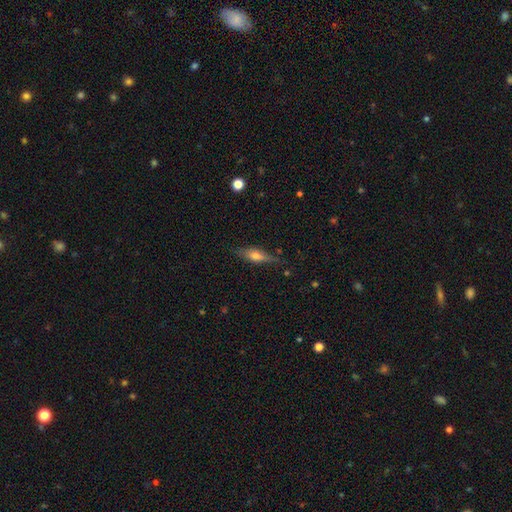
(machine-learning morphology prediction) A featured or disk galaxy (47%).

Vote fractions:
- Smooth or featured? featured or disk: 47% / smooth: 45% / star or artifact: 8%
- Merging? none: 76% / minor disturbance: 18% / major disturbance: 4% / merger: 2%